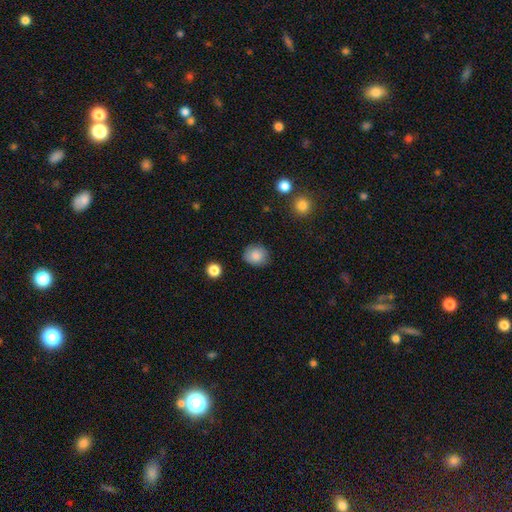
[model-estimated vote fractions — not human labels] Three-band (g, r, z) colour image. It shows a smooth galaxy with no disk features (86%) that is round (73%). Merging: none (84%).